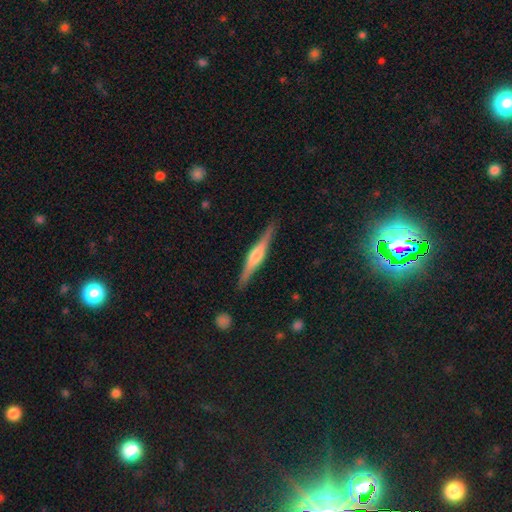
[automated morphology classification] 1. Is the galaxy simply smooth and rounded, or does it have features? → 74% featured or disk, 21% smooth, 5% star or artifact.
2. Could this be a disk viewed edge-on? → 98% yes, 2% no.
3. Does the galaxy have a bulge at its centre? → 79% rounded, 15% boxy, 6% none.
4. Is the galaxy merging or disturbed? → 89% none, 8% minor disturbance, 2% major disturbance, 1% merger.